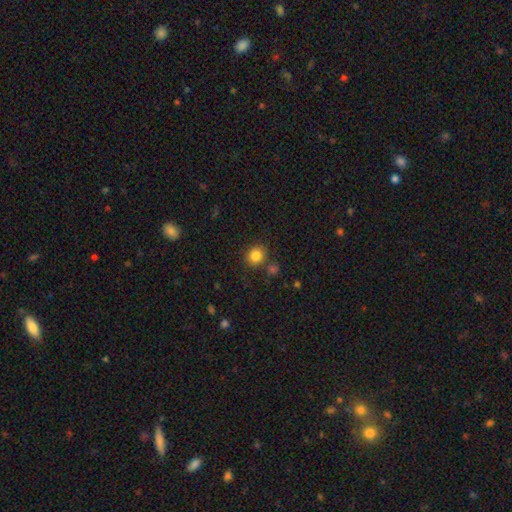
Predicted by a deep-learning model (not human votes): smooth 84%, star or artifact 11%, featured or disk 5%. Down the decision tree: how rounded — round (84%); merging — none (80%).